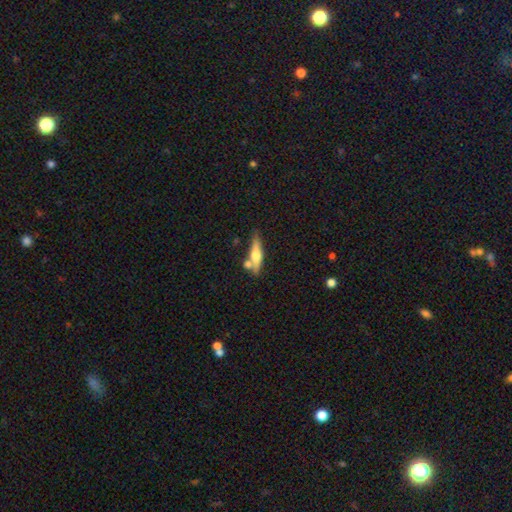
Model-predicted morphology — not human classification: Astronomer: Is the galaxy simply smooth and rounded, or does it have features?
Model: featured or disk — 50% (runner-up: smooth, 43%).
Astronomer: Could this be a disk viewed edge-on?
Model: yes — 90%.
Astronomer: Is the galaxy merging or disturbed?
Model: none — 61%.